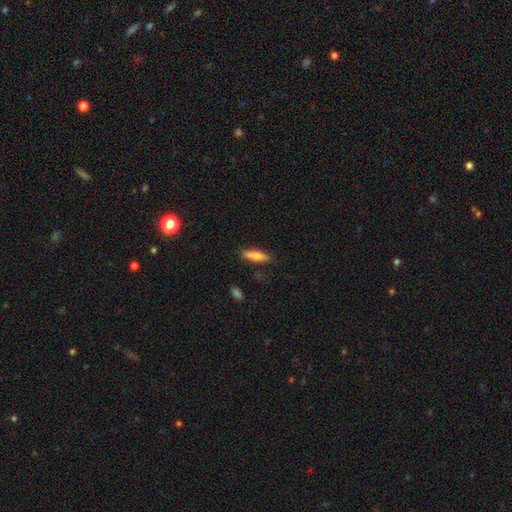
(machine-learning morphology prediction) A smooth galaxy with no disk features (77%) that is cigar-shaped (70%). Merging: none (85%).